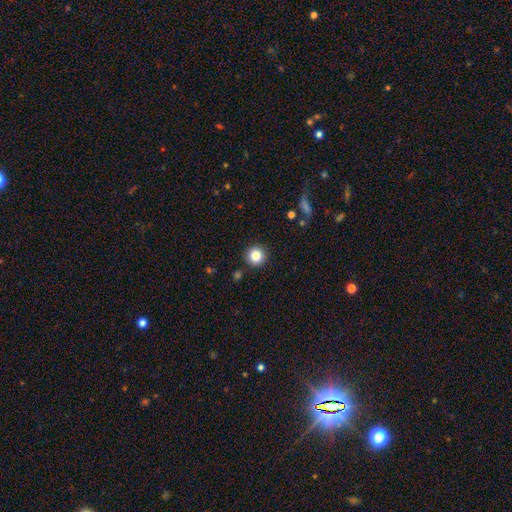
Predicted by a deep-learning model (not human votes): Overall: smooth (84%). How rounded: round (95%). Merging: none (91%).